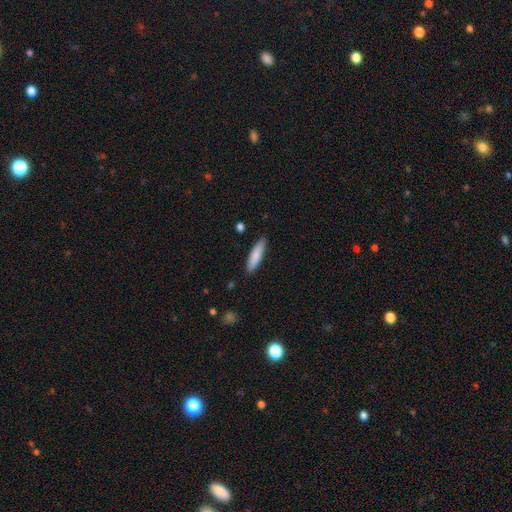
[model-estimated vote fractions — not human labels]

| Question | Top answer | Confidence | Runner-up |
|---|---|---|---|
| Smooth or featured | smooth | 84% | featured or disk (11%) |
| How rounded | cigar-shaped | 72% | in between (27%) |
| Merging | none | 89% | minor disturbance (8%) |